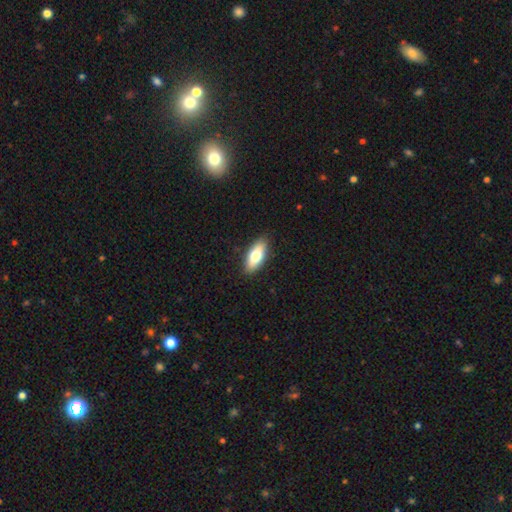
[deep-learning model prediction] Q: Smooth or featured?
A: smooth (73%); runner-up: featured or disk (21%)
Q: How rounded?
A: in between (77%); runner-up: cigar-shaped (20%)
Q: Merging?
A: none (89%); runner-up: minor disturbance (8%)